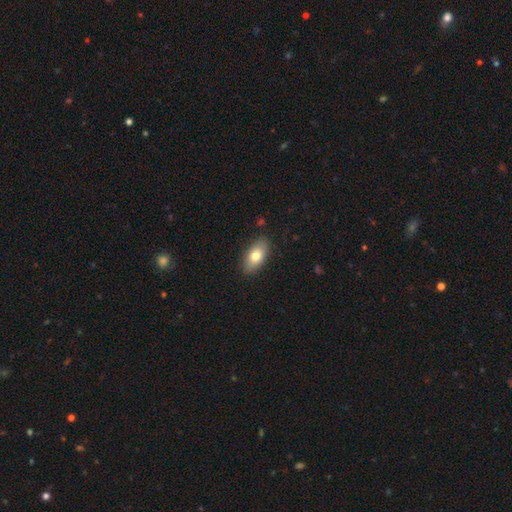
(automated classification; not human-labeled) Overall: smooth (75%). How rounded: in between (90%). Merging: none (87%).